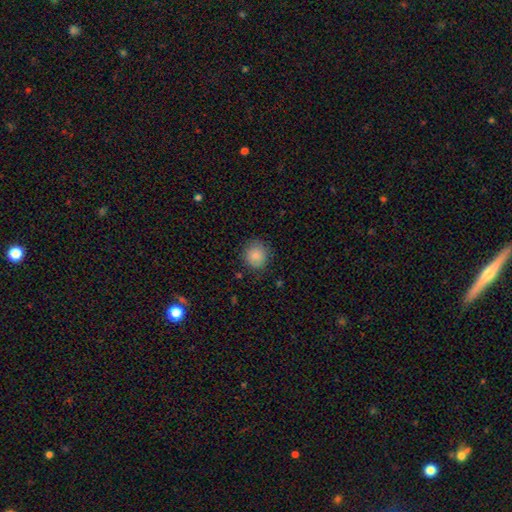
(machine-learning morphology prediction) The model was most divided on "merging": none: 84%, minor disturbance: 12%, major disturbance: 3%, merger: 1%. More confident: how rounded — round (88%); smooth or featured — smooth (86%).